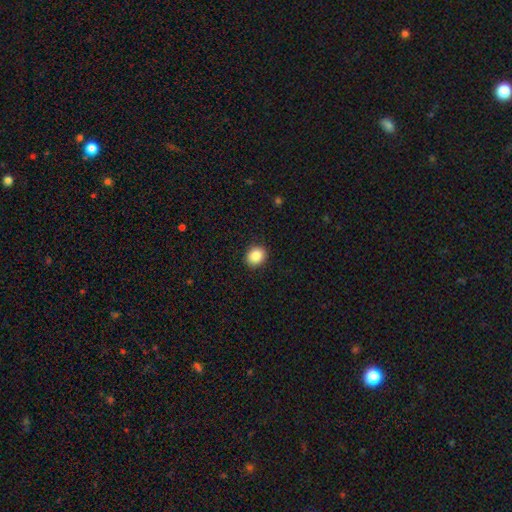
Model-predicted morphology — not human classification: smooth-or-featured: smooth: 88% | star or artifact: 9% | featured or disk: 4%
  how-rounded: round: 60% | in between: 39% | cigar-shaped: 1%
  merging: none: 90% | minor disturbance: 7% | major disturbance: 2% | merger: 1%